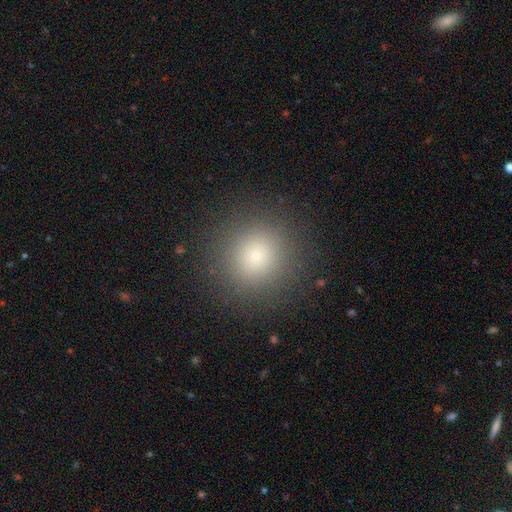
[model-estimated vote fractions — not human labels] Smooth or featured? smooth (79%)
How rounded? round (93%)
Merging? none (90%)